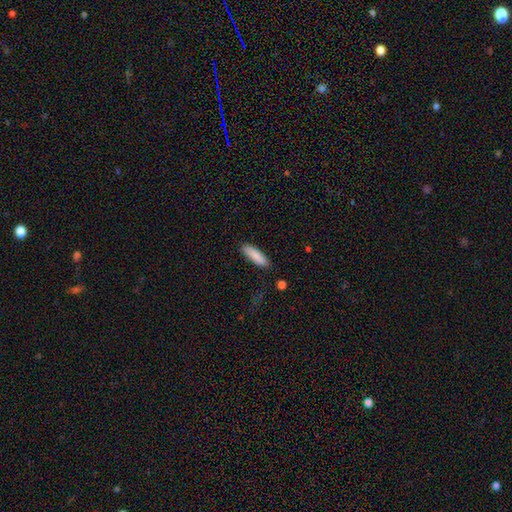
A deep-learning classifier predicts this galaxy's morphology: smooth_or_featured: smooth (p=0.87) [alt: featured or disk p=0.07]
how_rounded: cigar-shaped (p=0.57) [alt: in between p=0.41]
merging: none (p=0.87) [alt: minor disturbance p=0.09]